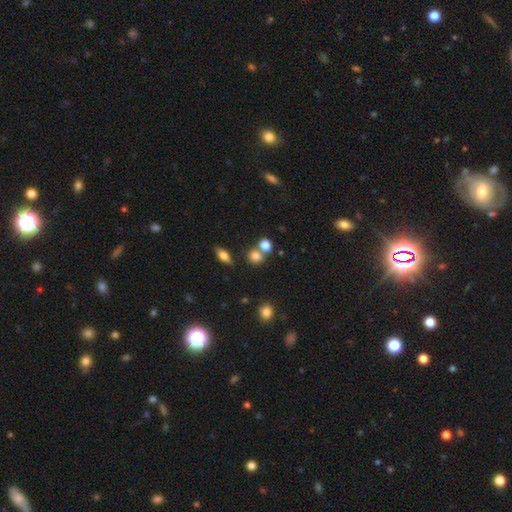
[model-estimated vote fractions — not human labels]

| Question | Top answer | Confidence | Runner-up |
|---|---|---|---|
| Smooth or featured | smooth | 78% | star or artifact (15%) |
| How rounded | round | 72% | in between (26%) |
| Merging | none | 57% | merger (29%) |